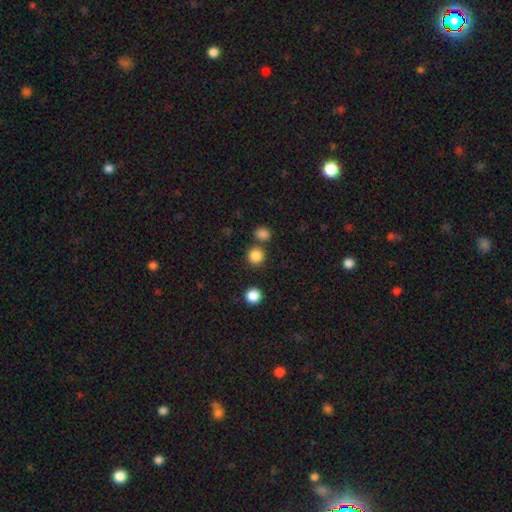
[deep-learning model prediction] Overall: smooth (84%). How rounded: round (93%). Merging: none (79%).